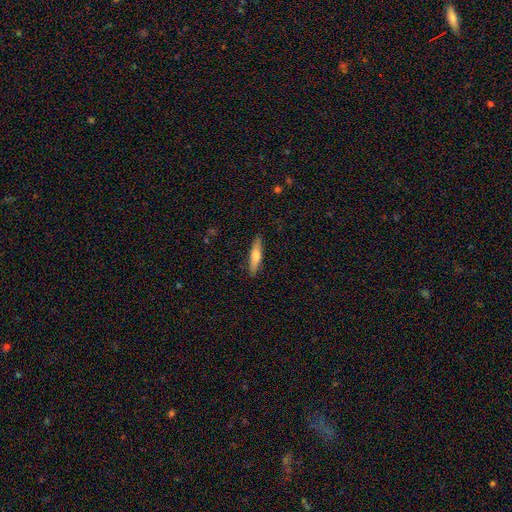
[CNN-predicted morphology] smooth_or_featured: smooth (p=0.57) [alt: featured or disk p=0.38]
how_rounded: cigar-shaped (p=0.80) [alt: in between p=0.18]
merging: none (p=0.88) [alt: minor disturbance p=0.09]